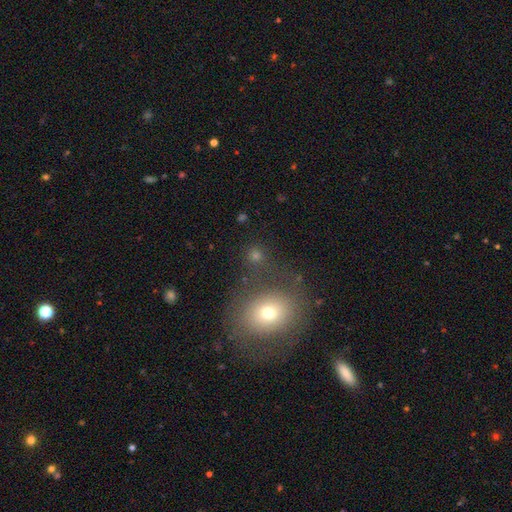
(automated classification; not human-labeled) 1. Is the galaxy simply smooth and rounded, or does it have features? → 65% smooth, 22% star or artifact, 14% featured or disk.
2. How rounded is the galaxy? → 78% round, 21% in between, 1% cigar-shaped.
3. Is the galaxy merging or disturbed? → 68% none, 13% merger, 11% minor disturbance, 7% major disturbance.